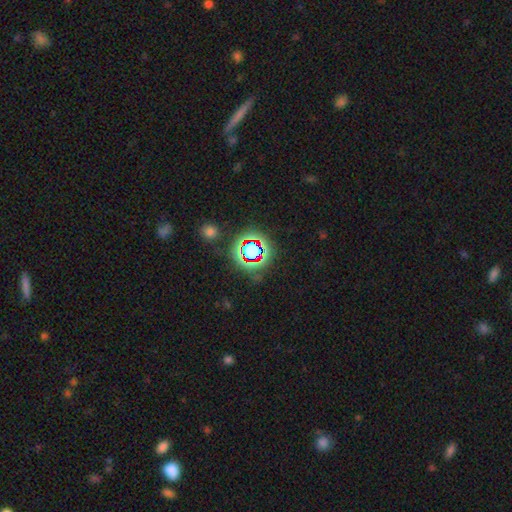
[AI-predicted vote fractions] A star or artifact, not a galaxy (75%).